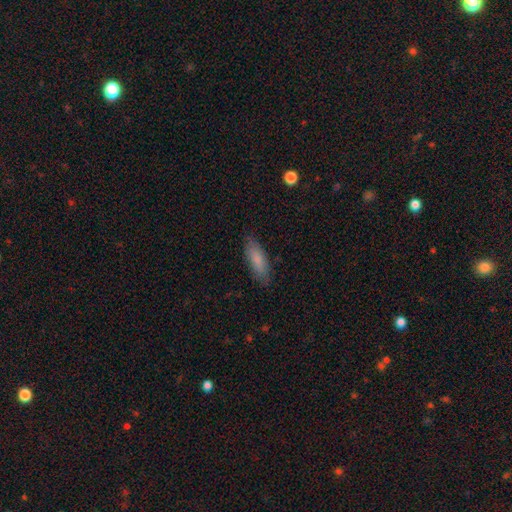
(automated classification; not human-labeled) smooth 78%, featured or disk 15%, star or artifact 7%. Down the decision tree: how rounded — cigar-shaped (56%); merging — none (87%).